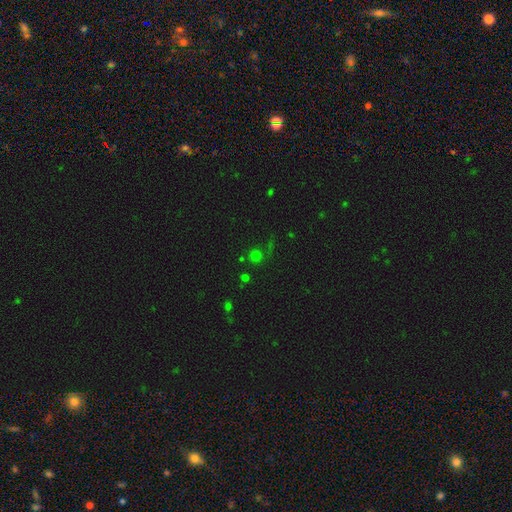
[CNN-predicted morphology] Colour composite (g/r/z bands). It shows a smooth galaxy with no disk features (62%) that is round (93%). Merging: none (71%).